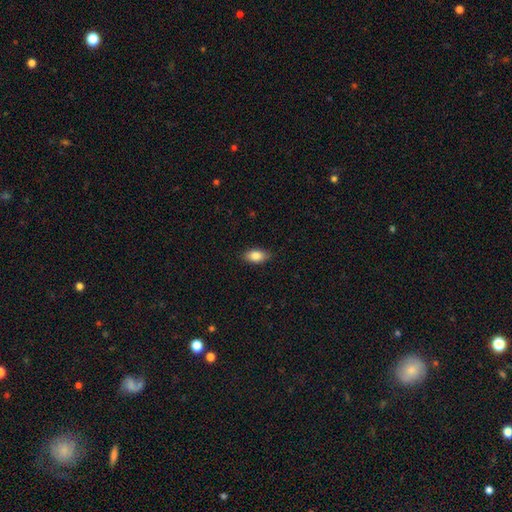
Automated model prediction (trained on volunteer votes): The model was most divided on "merging": none: 86%, minor disturbance: 11%, major disturbance: 2%, merger: 1%. More confident: how rounded — in between (90%); smooth or featured — smooth (86%).